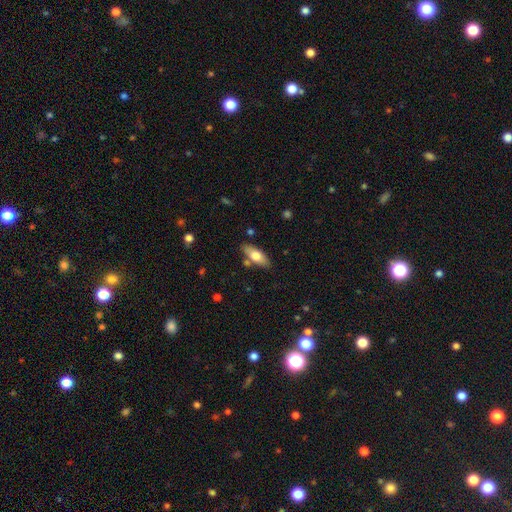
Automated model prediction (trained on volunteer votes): Smooth or featured?
  - smooth: 67% *
  - featured or disk: 26%
  - star or artifact: 6%
How rounded?
  - in between: 74% *
  - cigar-shaped: 24%
  - round: 3%
Merging?
  - none: 79% *
  - minor disturbance: 13%
  - merger: 6%
  - major disturbance: 3%